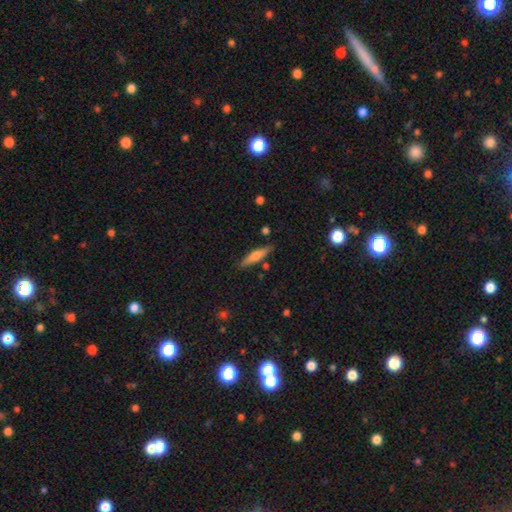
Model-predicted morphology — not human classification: The model was most divided on "smooth or featured": smooth: 56%, featured or disk: 38%, star or artifact: 6%. More confident: merging — none (84%); how rounded — cigar-shaped (80%).